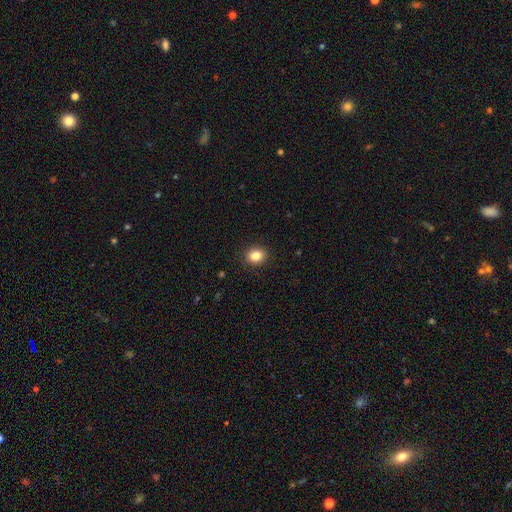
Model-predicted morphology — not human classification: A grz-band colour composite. It shows a smooth galaxy with no disk features (85%) that is round (53%). Merging: none (90%).